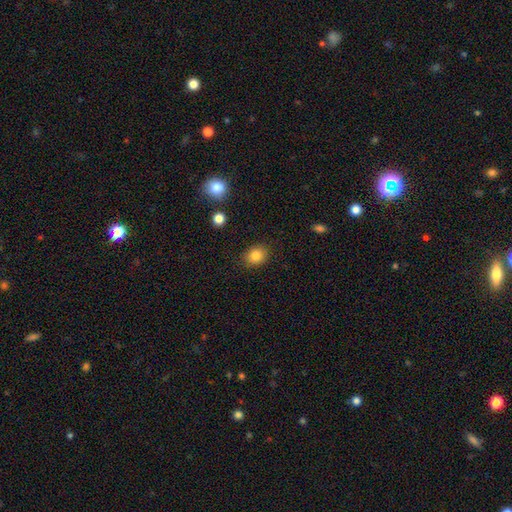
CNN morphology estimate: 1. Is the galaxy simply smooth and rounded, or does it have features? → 84% smooth, 10% star or artifact, 6% featured or disk.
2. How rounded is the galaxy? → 52% round, 47% in between, 1% cigar-shaped.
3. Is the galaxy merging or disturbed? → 86% none, 10% minor disturbance, 3% major disturbance, 2% merger.